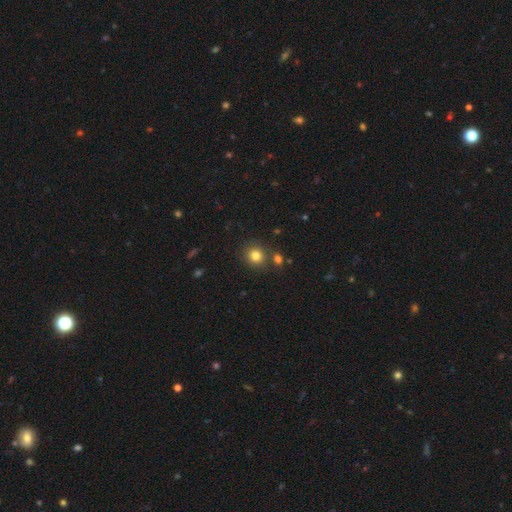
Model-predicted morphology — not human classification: Smooth or featured? smooth (81%)
How rounded? round (86%)
Merging? none (79%)